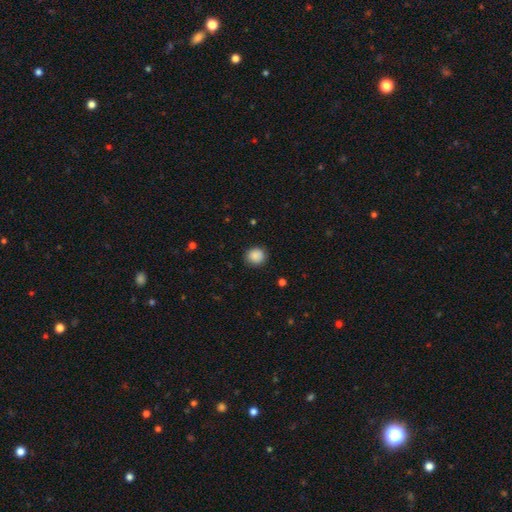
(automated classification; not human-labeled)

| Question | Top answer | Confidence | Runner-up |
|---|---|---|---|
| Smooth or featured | smooth | 87% | star or artifact (8%) |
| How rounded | round | 84% | in between (15%) |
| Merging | none | 85% | minor disturbance (11%) |